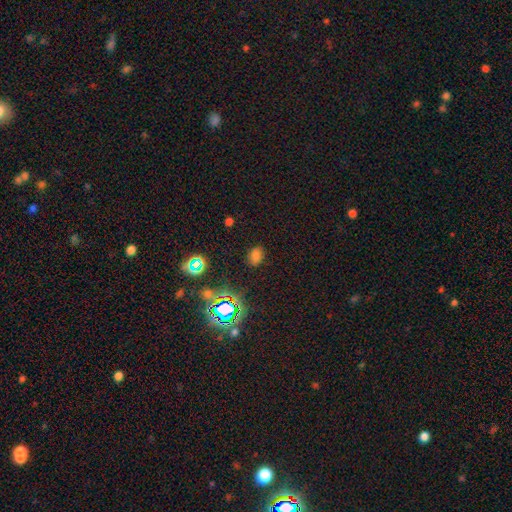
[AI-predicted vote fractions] smooth_or_featured: smooth (p=0.68) [alt: star or artifact p=0.25]
how_rounded: in between (p=0.73) [alt: round p=0.25]
merging: none (p=0.84) [alt: minor disturbance p=0.11]